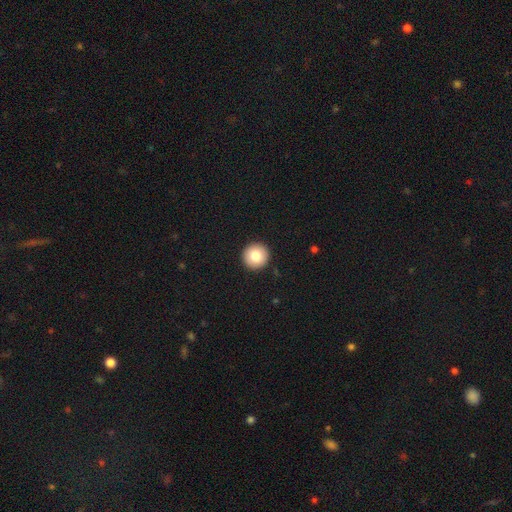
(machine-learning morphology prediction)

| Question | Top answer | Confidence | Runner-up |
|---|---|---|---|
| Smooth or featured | smooth | 82% | featured or disk (10%) |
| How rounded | round | 96% | in between (3%) |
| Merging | none | 93% | minor disturbance (4%) |